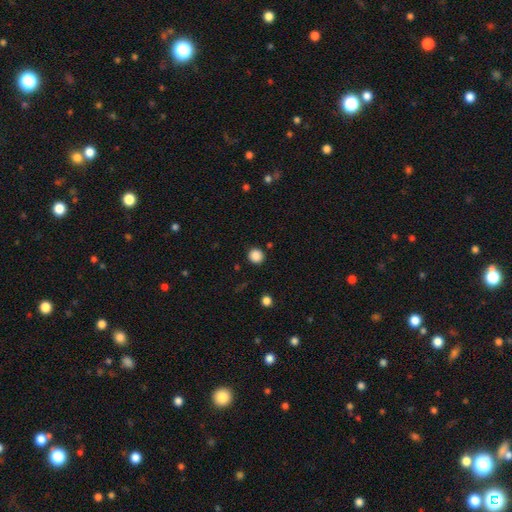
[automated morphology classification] Smooth or featured? Predicted: smooth (p=0.87). How rounded? Predicted: round (p=0.92). Merging? Predicted: none (p=0.90).